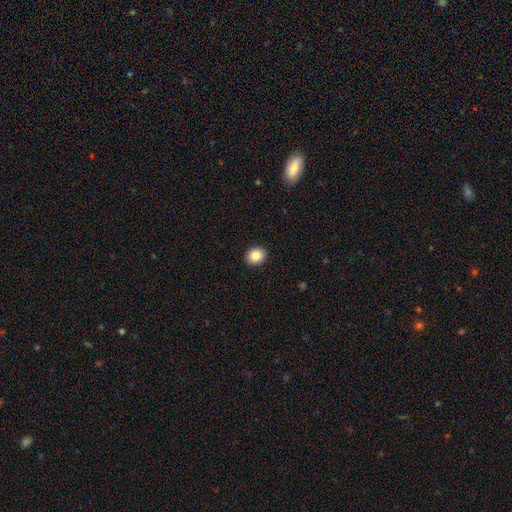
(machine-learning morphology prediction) A smooth galaxy with no disk features (86%) that is round (69%).

Vote fractions:
- Smooth or featured? smooth: 86% / star or artifact: 9% / featured or disk: 5%
- How rounded? round: 69% / in between: 30% / cigar-shaped: 1%
- Merging? none: 92% / minor disturbance: 5% / major disturbance: 2% / merger: 1%